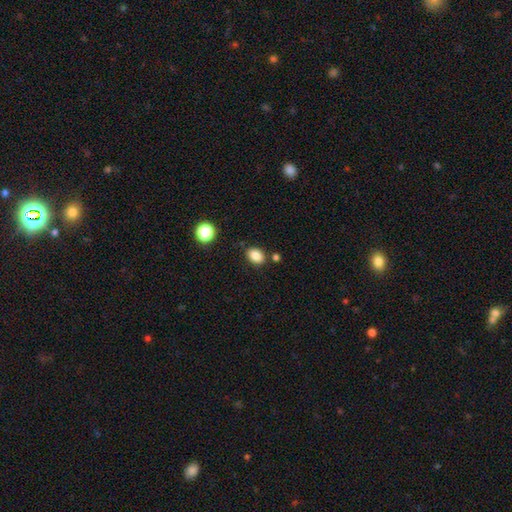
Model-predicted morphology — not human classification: This appears to be a smooth galaxy with no disk features (85%) that is in between round and cigar-shaped (71%). Merging: none (80%).